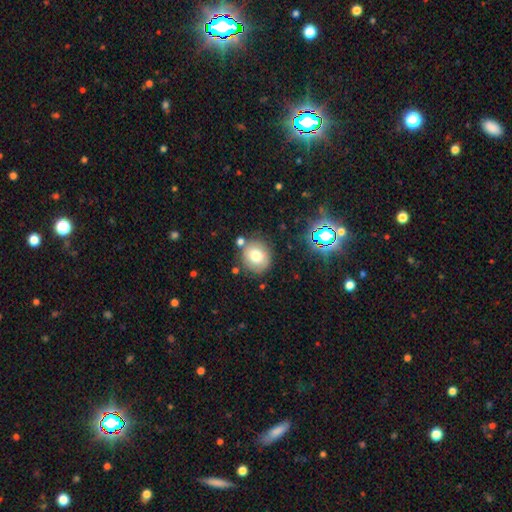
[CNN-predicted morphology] smooth-or-featured: smooth: 72% | featured or disk: 15% | star or artifact: 13%
  how-rounded: round: 84% | in between: 15% | cigar-shaped: 1%
  merging: none: 76% | minor disturbance: 12% | merger: 9% | major disturbance: 4%